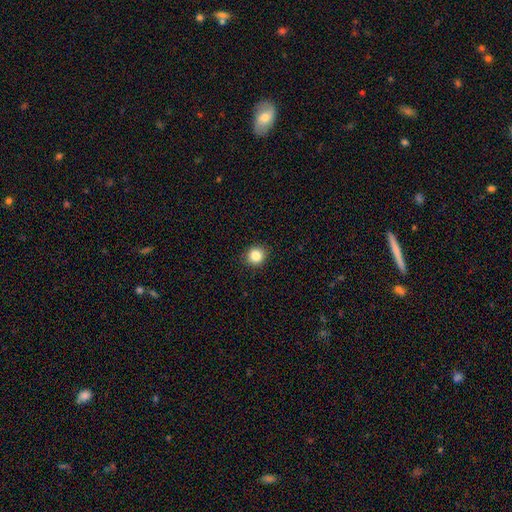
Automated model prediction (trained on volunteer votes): smooth 84%, star or artifact 11%, featured or disk 5%. Down the decision tree: how rounded — round (88%); merging — none (91%).